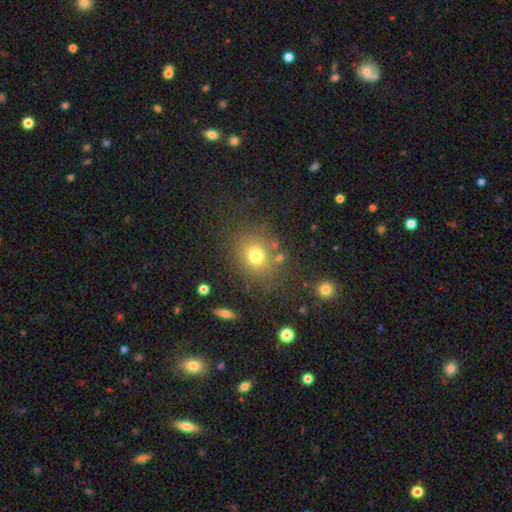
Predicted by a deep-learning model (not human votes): This appears to be a smooth galaxy with no disk features (73%) that is round (74%). Merging: none (78%).